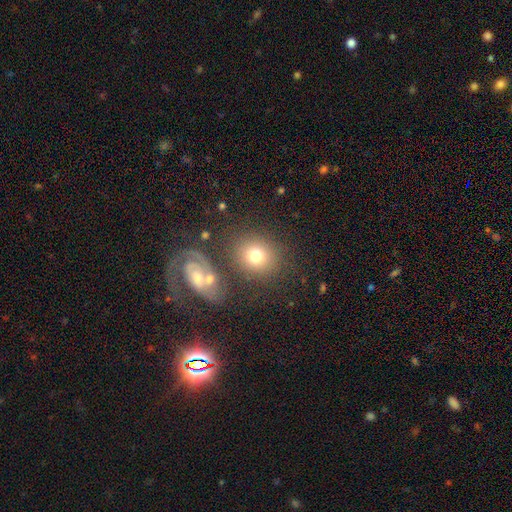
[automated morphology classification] A smooth galaxy with no disk features (73%) that is round (73%). Merging: none (73%).